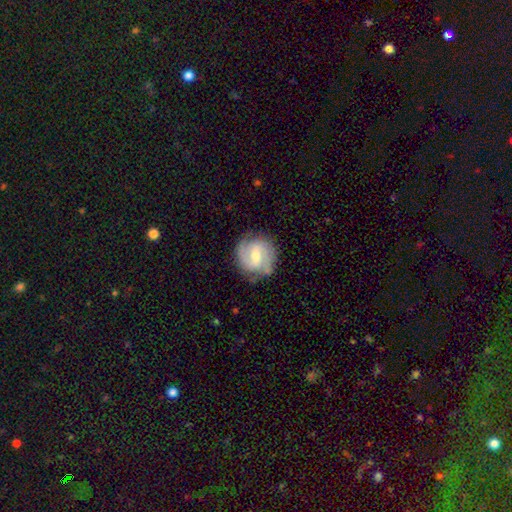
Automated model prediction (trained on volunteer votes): smooth-or-featured: featured or disk: 75% | smooth: 20% | star or artifact: 5%
  disk-edge-on: no: 98% | yes: 2%
    bar: weak: 57% | no: 24% | strong: 19%
    has-spiral-arms: yes: 91% | no: 9%
      spiral-winding: medium: 47% | tight: 36% | loose: 17%
      spiral-arm-count: 2: 77% | can't tell: 11% | 3: 6% | 1: 2% | 4: 2% | more than 4: 2%
    bulge-size: moderate: 62% | small: 34% | large: 3% | none: 1% | dominant: 1%
  merging: none: 77% | minor disturbance: 16% | major disturbance: 5% | merger: 2%